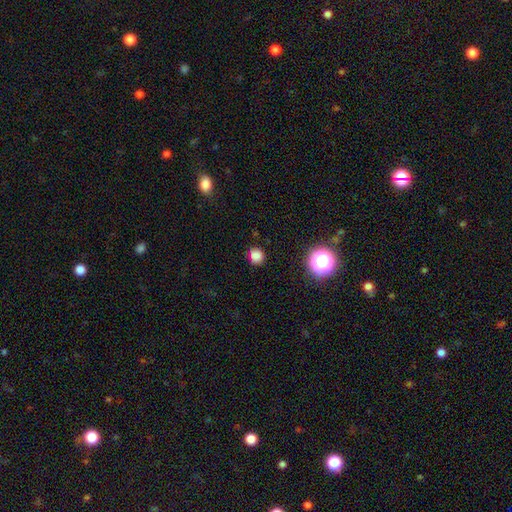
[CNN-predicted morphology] Smooth or featured: smooth — 78% (star or artifact — 17%)
How rounded: round — 84% (in between — 15%)
Merging: none — 81% (minor disturbance — 12%)